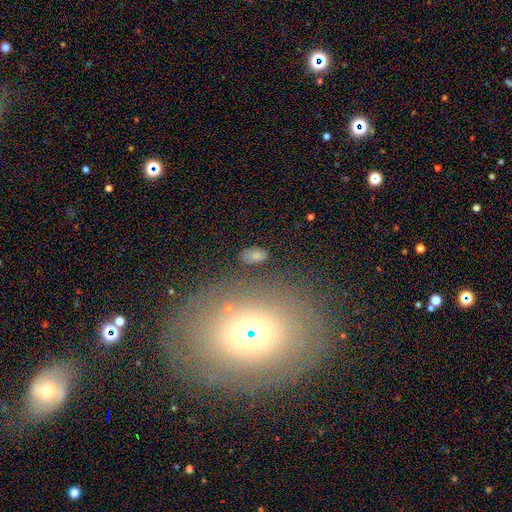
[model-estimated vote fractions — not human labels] Smooth or featured?
  - smooth: 72% *
  - star or artifact: 15%
  - featured or disk: 13%
How rounded?
  - in between: 92% *
  - round: 6%
  - cigar-shaped: 3%
Merging?
  - none: 75% *
  - minor disturbance: 15%
  - major disturbance: 5%
  - merger: 4%